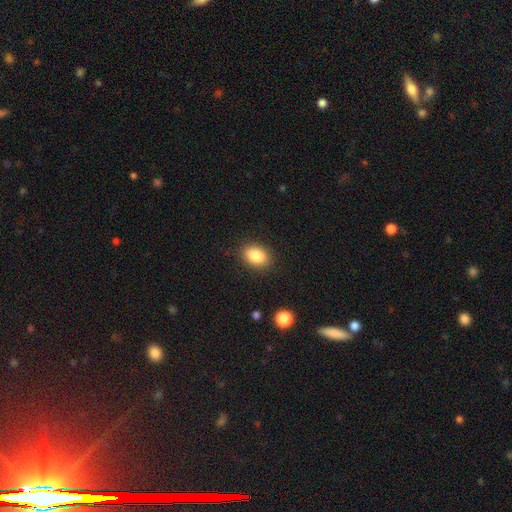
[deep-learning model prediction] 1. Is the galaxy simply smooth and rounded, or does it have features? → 86% smooth, 8% star or artifact, 6% featured or disk.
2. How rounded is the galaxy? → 84% in between, 14% round, 1% cigar-shaped.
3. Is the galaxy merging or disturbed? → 88% none, 9% minor disturbance, 3% major disturbance, 1% merger.